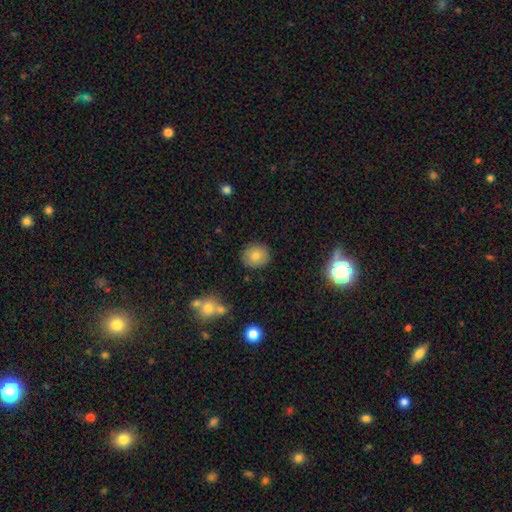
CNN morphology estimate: type=smooth (79%); roundness=round (85%); merging=none (88%).